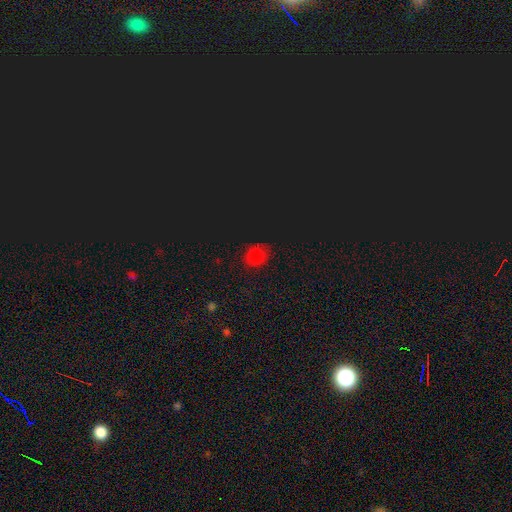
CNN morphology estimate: A smooth galaxy with no disk features (64%) that is round (60%). Merging: none (76%).